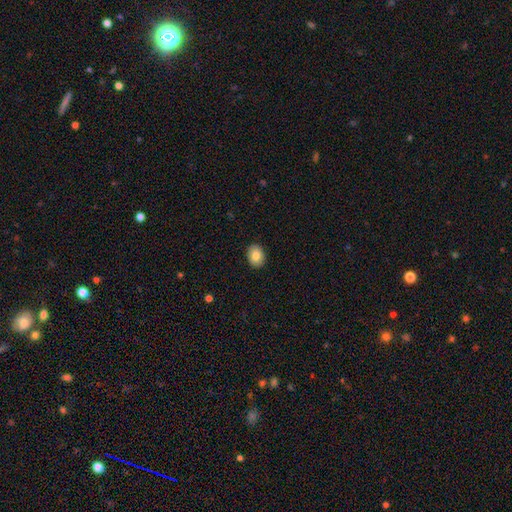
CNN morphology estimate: Overall: smooth (83%). How rounded: in between (61%; round 38%). Merging: none (91%).